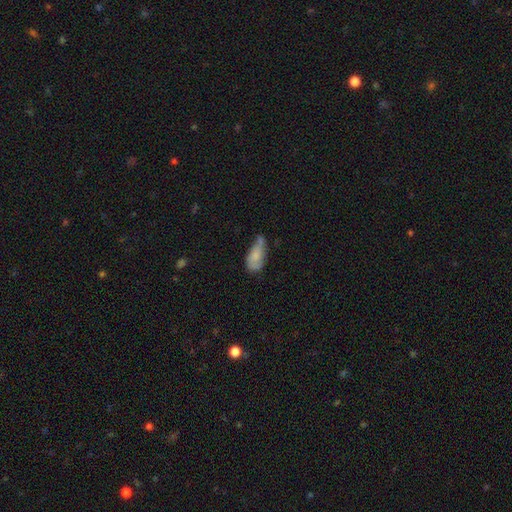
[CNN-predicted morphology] Overall: smooth (68%). How rounded: in between (86%). Merging: minor disturbance (36%; none 33%).